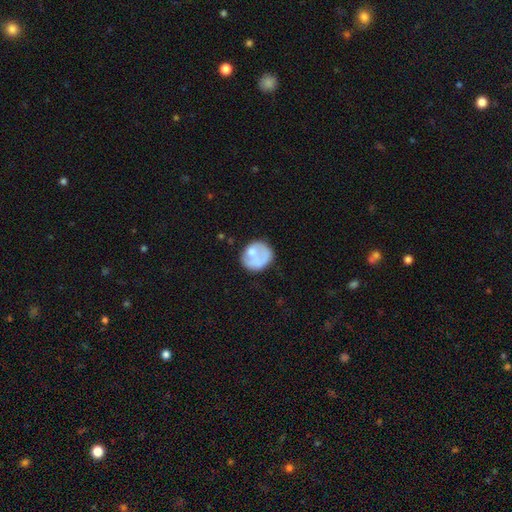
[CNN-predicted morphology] The model was most divided on "smooth or featured": smooth: 59%, featured or disk: 34%, star or artifact: 7%. More confident: how rounded — round (75%); merging — none (51%).